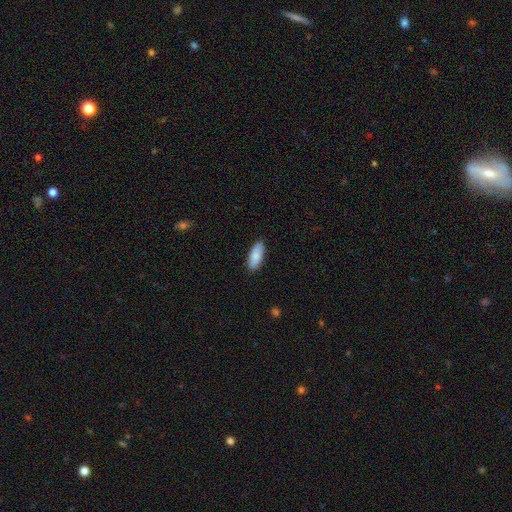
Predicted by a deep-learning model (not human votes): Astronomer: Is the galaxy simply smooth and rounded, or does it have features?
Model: smooth — 86%.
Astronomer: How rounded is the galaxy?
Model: in between — 78%.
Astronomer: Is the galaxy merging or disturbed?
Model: none — 88%.